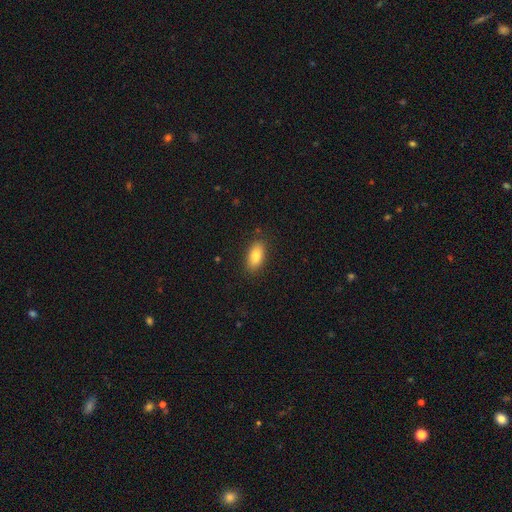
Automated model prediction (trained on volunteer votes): Morphology: type=smooth (85%); roundness=in between (89%); merging=none (87%).